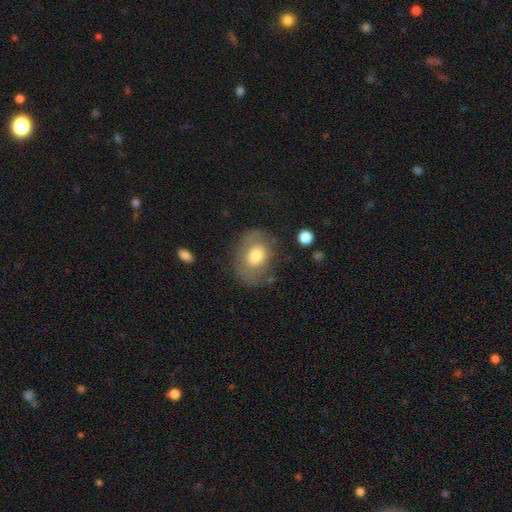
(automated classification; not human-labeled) The model was most divided on "smooth or featured": smooth: 59%, featured or disk: 33%, star or artifact: 8%. More confident: how rounded — in between (63%); merging — none (62%).